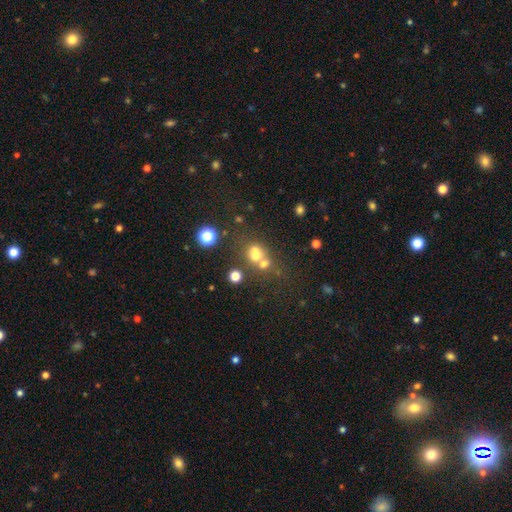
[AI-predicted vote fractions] This is likely a smooth galaxy (64%). How rounded: likely round (69%). Merging: possibly merger (50%).